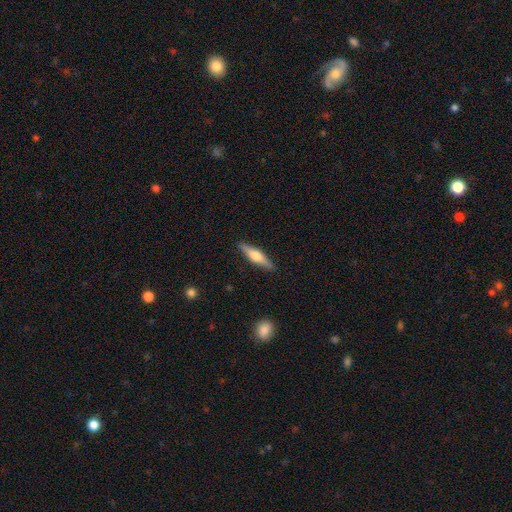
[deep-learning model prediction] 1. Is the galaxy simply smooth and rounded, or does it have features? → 54% featured or disk, 40% smooth, 6% star or artifact.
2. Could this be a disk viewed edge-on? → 96% yes, 4% no.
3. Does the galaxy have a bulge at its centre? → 90% rounded, 7% boxy, 3% none.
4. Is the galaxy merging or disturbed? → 90% none, 7% minor disturbance, 2% major disturbance, 1% merger.